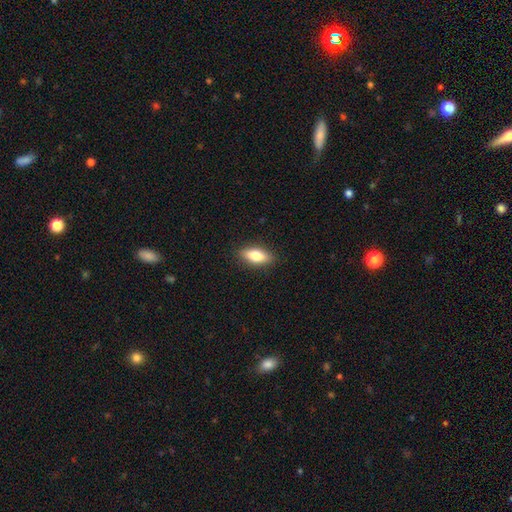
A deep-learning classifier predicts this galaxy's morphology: Smooth or featured?
  - smooth: 76% *
  - featured or disk: 17%
  - star or artifact: 7%
How rounded?
  - in between: 80% *
  - cigar-shaped: 16%
  - round: 3%
Merging?
  - none: 88% *
  - minor disturbance: 9%
  - major disturbance: 2%
  - merger: 1%